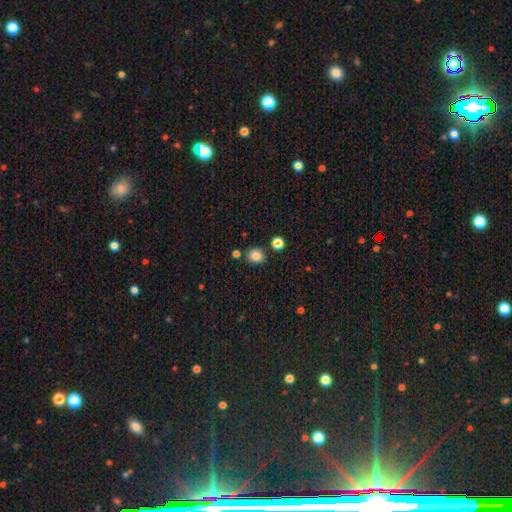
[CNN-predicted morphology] The model was most divided on "how rounded": round: 79%, in between: 20%, cigar-shaped: 1%. More confident: smooth or featured — smooth (84%); merging — none (83%).